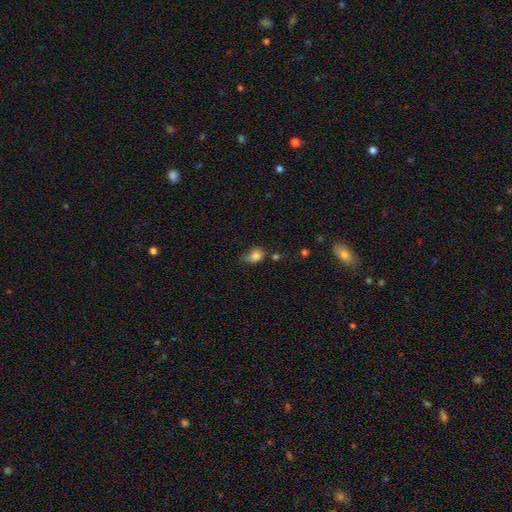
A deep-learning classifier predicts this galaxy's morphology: smooth_or_featured: smooth (p=0.80) [alt: star or artifact p=0.10]
how_rounded: in between (p=0.53) [alt: round p=0.46]
merging: none (p=0.39) [alt: minor disturbance p=0.38]